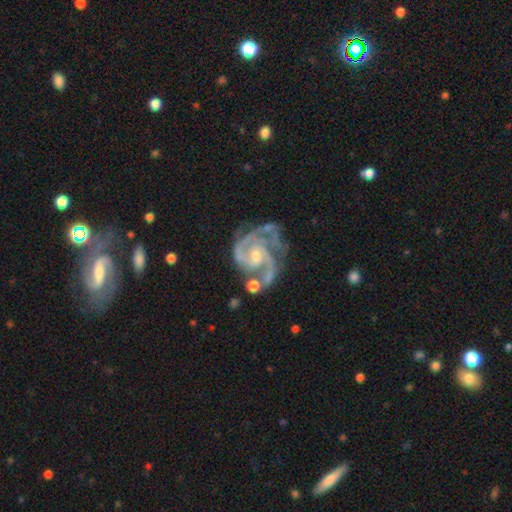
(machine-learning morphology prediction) Smooth or featured? Predicted: featured or disk (p=0.92). Edge-on disk? Predicted: no (p=0.98). Bar? Predicted: no (p=0.57). Spiral arms? Predicted: yes (p=0.98). Spiral winding? Predicted: tight (p=0.47). Spiral arm count? Predicted: 2 (p=0.43). Bulge size? Predicted: small (p=0.59). Merging? Predicted: none (p=0.55).